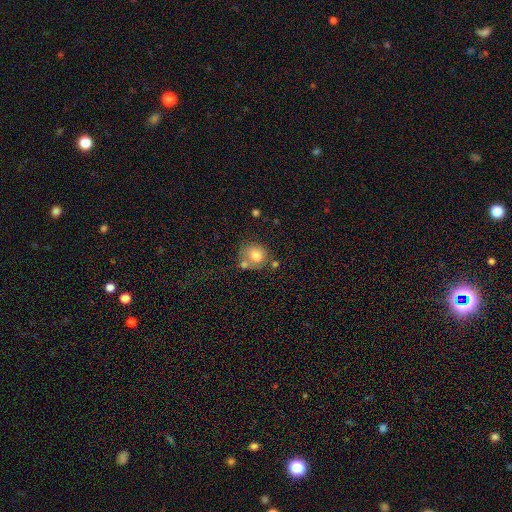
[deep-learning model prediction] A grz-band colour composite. It shows a smooth galaxy with no disk features (74%) that is round (75%). Merging: none (51%).